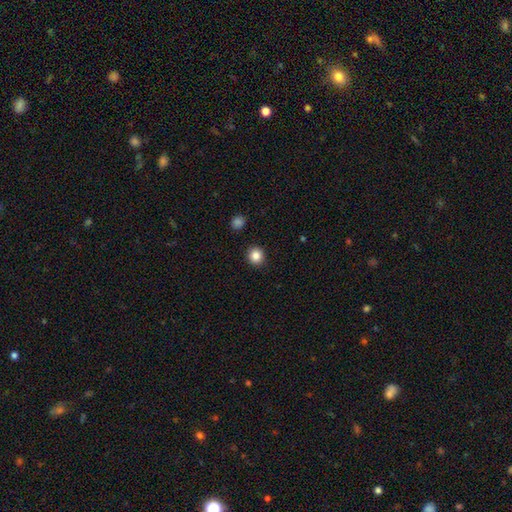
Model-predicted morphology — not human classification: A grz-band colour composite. It shows a smooth galaxy with no disk features (85%) that is round (89%). Merging: none (91%).